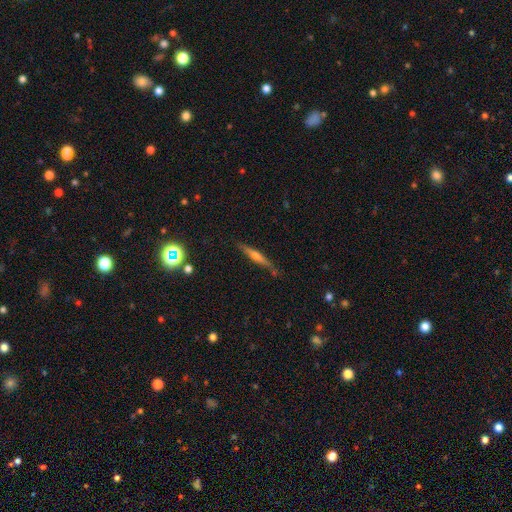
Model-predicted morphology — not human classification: smooth_or_featured: featured or disk (p=0.63) [alt: smooth p=0.27]
disk_edge_on: yes (p=0.96) [alt: no p=0.04]
edge_on_bulge: rounded (p=0.77) [alt: none p=0.13]
merging: none (p=0.82) [alt: minor disturbance p=0.13]